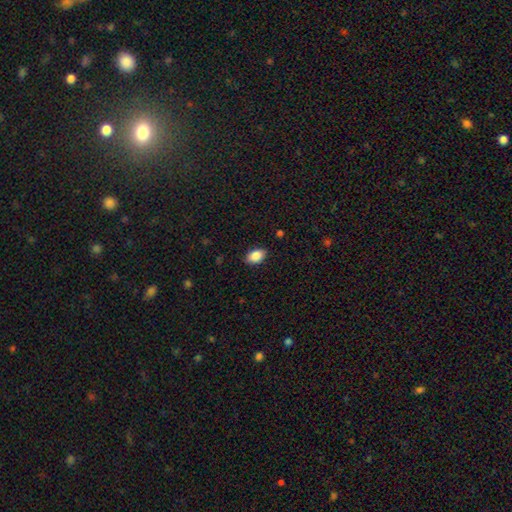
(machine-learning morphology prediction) Smooth or featured: smooth — 87% (star or artifact — 8%)
How rounded: in between — 89% (round — 9%)
Merging: none — 87% (minor disturbance — 10%)